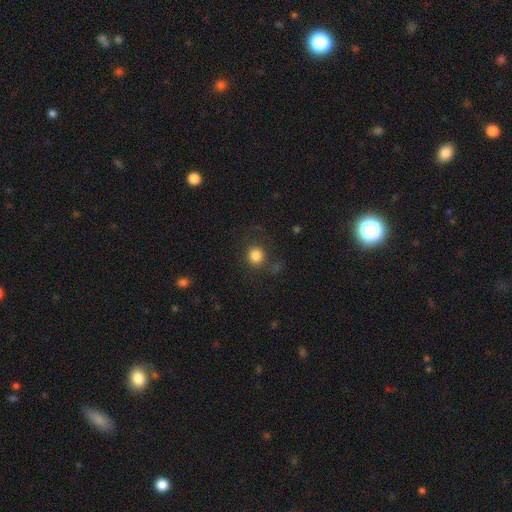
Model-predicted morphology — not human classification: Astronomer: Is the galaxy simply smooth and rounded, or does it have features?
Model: smooth — 82%.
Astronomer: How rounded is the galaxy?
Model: round — 89%.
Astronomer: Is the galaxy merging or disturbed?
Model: none — 80%.